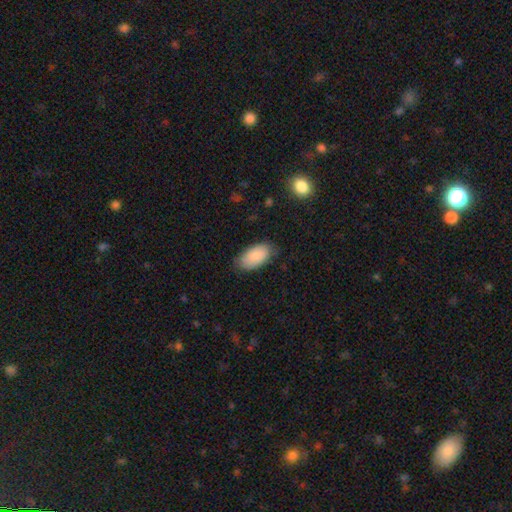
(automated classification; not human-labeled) Overall: smooth (86%). How rounded: in between (95%). Merging: none (78%).